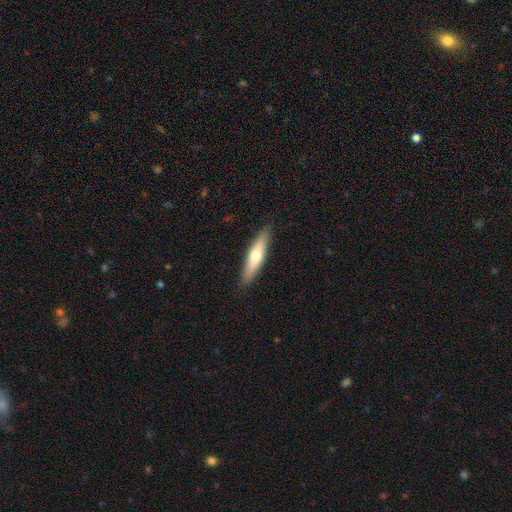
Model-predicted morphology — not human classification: The model was most divided on "smooth or featured": smooth: 56%, featured or disk: 39%, star or artifact: 5%. More confident: merging — none (89%); how rounded — cigar-shaped (77%).